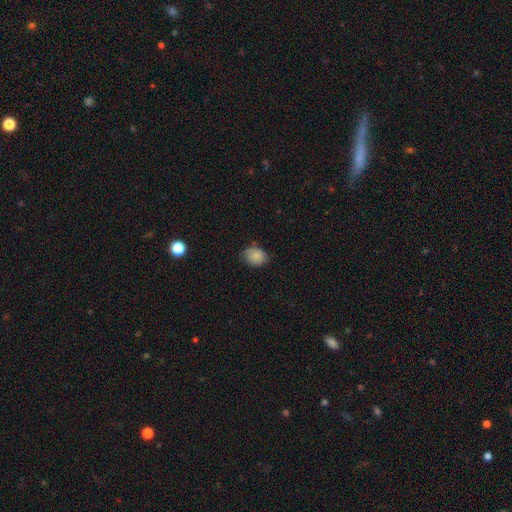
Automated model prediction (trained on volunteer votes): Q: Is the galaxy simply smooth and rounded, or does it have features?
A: smooth — 86%.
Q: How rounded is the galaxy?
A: in between — 55%.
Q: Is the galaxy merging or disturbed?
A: none — 73%.